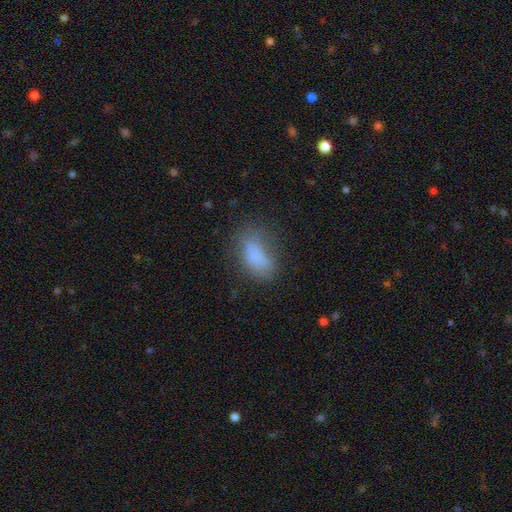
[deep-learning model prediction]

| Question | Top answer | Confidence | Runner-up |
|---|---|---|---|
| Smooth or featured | smooth | 76% | featured or disk (13%) |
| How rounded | in between | 87% | cigar-shaped (7%) |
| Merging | none | 51% | minor disturbance (27%) |